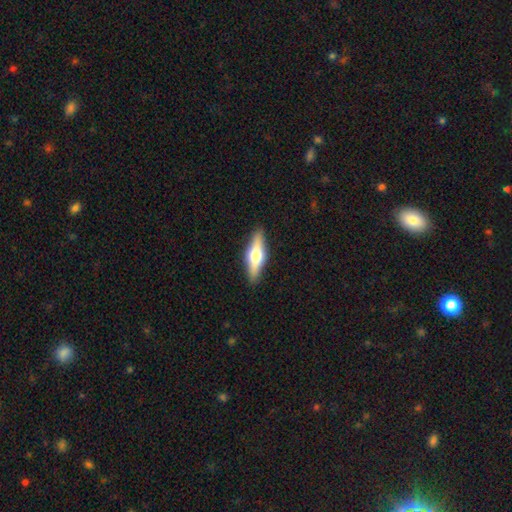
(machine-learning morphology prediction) Overall: featured or disk (52%; smooth 42%). Edge-on disk: yes (93%). Merging: none (89%).